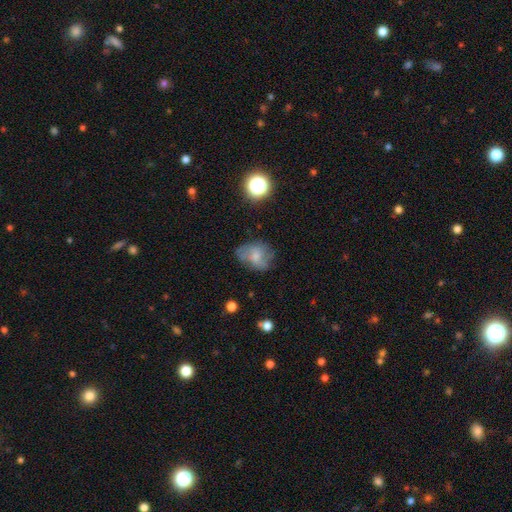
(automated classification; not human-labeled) Q: Smooth or featured?
A: smooth (50%); runner-up: featured or disk (39%)
Q: Merging?
A: none (55%); runner-up: minor disturbance (26%)